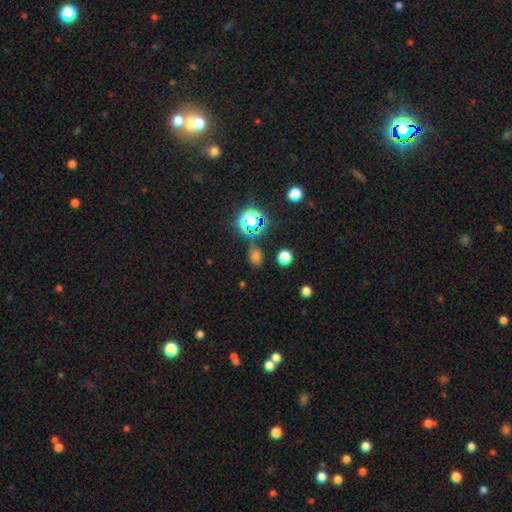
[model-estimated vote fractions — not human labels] This is possibly a smooth galaxy (53%). How rounded: likely round (61%). Merging: likely none (78%).